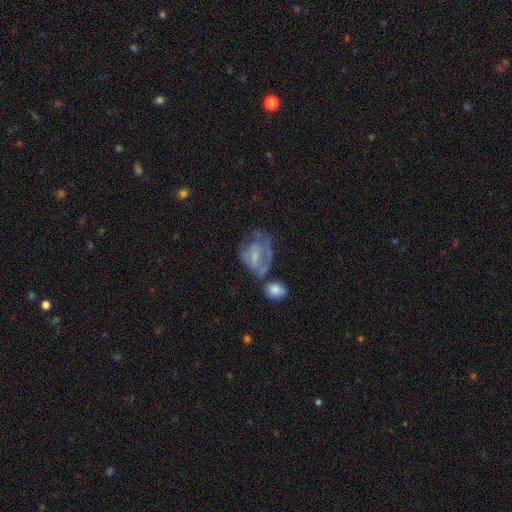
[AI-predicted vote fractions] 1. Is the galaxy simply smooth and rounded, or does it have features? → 56% featured or disk, 35% smooth, 9% star or artifact.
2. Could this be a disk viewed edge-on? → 96% no, 4% yes.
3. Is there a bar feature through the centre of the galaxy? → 52% no, 37% weak, 12% strong.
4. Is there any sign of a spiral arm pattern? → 54% no, 46% yes.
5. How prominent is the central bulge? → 41% small, 28% none, 27% moderate, 4% large, 1% dominant.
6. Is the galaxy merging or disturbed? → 31% major disturbance, 26% none, 22% minor disturbance, 21% merger.